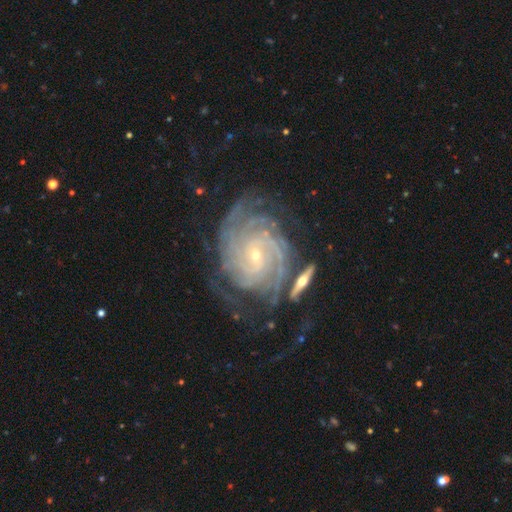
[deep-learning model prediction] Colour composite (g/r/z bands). It shows a featured or disk galaxy (91%) with no bar (54%), 4 (29%) tight (79%) spiral arms (98%) and a small central bulge (80%). Merging: none (60%).